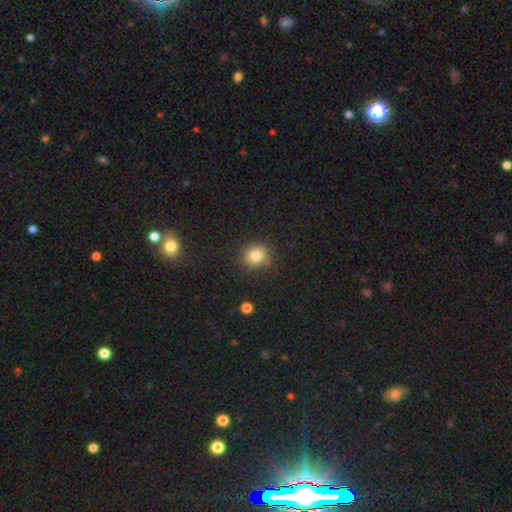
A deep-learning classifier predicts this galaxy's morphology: The model was most divided on "smooth or featured": smooth: 81%, star or artifact: 12%, featured or disk: 7%. More confident: merging — none (86%); how rounded — round (86%).